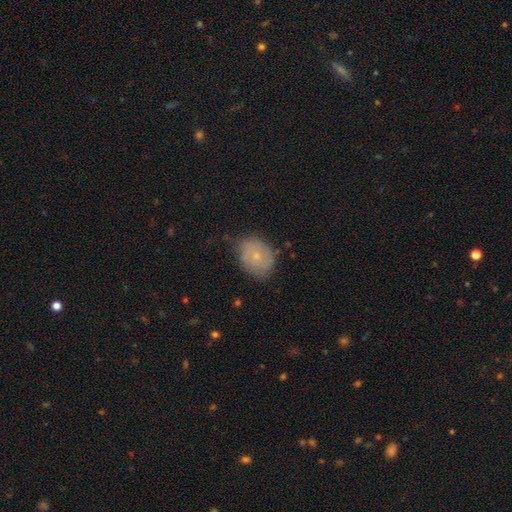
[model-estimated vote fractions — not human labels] smooth-or-featured: smooth: 58% | featured or disk: 34% | star or artifact: 8%
  how-rounded: in between: 59% | round: 40% | cigar-shaped: 1%
  merging: none: 69% | minor disturbance: 24% | major disturbance: 6% | merger: 1%